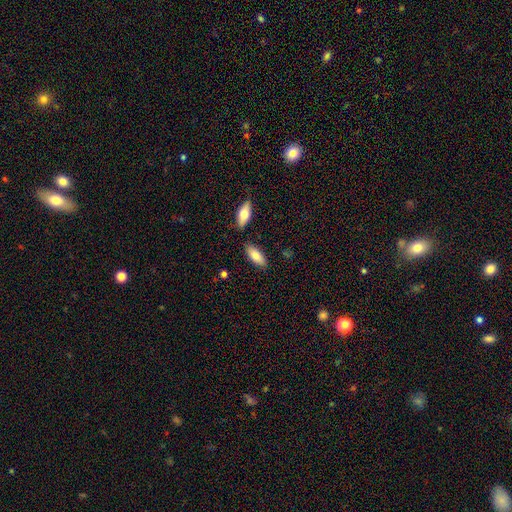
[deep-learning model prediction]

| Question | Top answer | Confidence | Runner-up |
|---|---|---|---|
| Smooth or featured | smooth | 80% | featured or disk (14%) |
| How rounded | in between | 78% | cigar-shaped (20%) |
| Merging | none | 81% | minor disturbance (11%) |